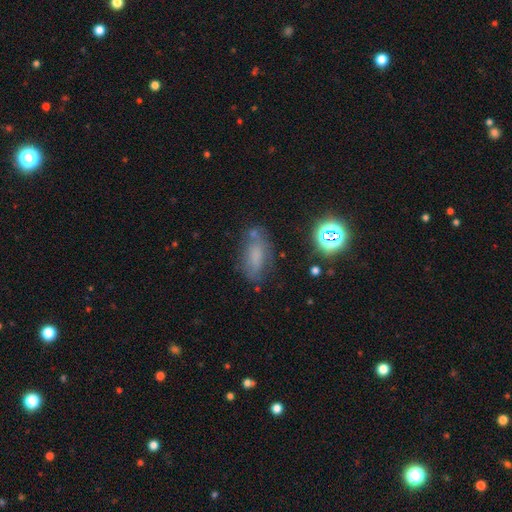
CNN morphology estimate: A smooth galaxy with no disk features (60%) that is in between round and cigar-shaped (78%).

Vote fractions:
- Smooth or featured? smooth: 60% / featured or disk: 21% / star or artifact: 19%
- How rounded? in between: 78% / cigar-shaped: 15% / round: 6%
- Merging? none: 62% / minor disturbance: 22% / major disturbance: 9% / merger: 6%